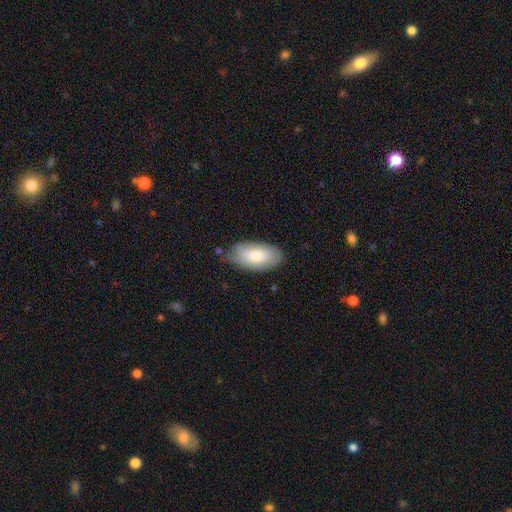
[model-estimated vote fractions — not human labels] A smooth galaxy with no disk features (78%) that is in between round and cigar-shaped (94%).

Vote fractions:
- Smooth or featured? smooth: 78% / featured or disk: 16% / star or artifact: 6%
- How rounded? in between: 94% / cigar-shaped: 4% / round: 2%
- Merging? none: 75% / minor disturbance: 19% / major disturbance: 4% / merger: 2%